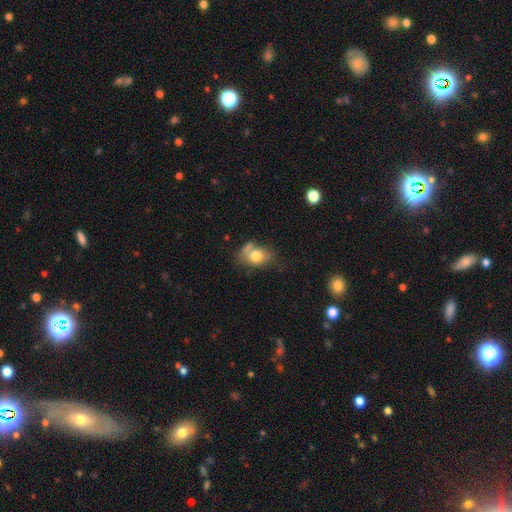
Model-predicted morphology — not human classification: smooth-or-featured: smooth: 73% | featured or disk: 17% | star or artifact: 9%
  how-rounded: in between: 66% | round: 33% | cigar-shaped: 2%
  merging: none: 42% | minor disturbance: 25% | merger: 20% | major disturbance: 13%